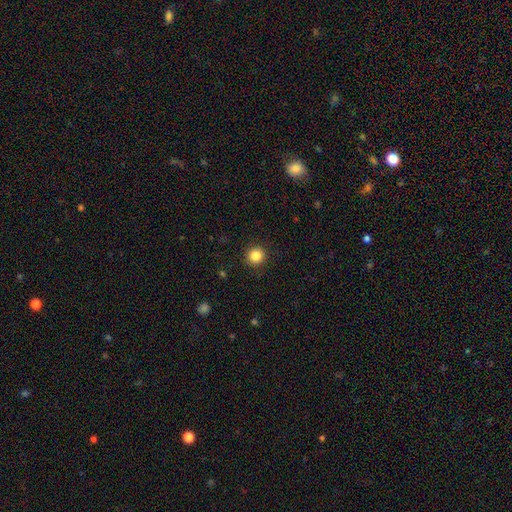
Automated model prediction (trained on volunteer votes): This is clearly a smooth galaxy (85%). How rounded: clearly round (95%). Merging: clearly none (91%).